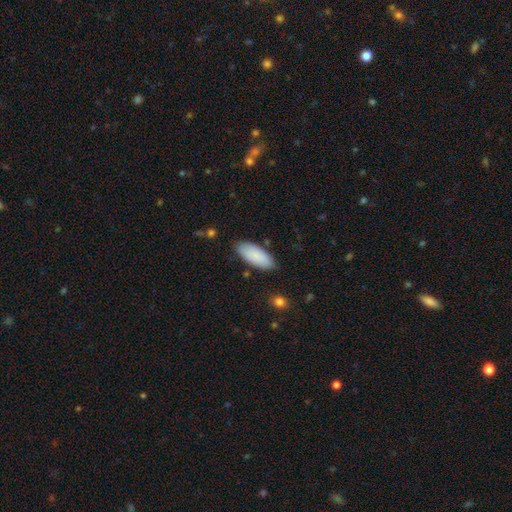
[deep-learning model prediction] This appears to be a smooth galaxy with no disk features (88%) that is in between round and cigar-shaped (85%). Merging: none (82%).